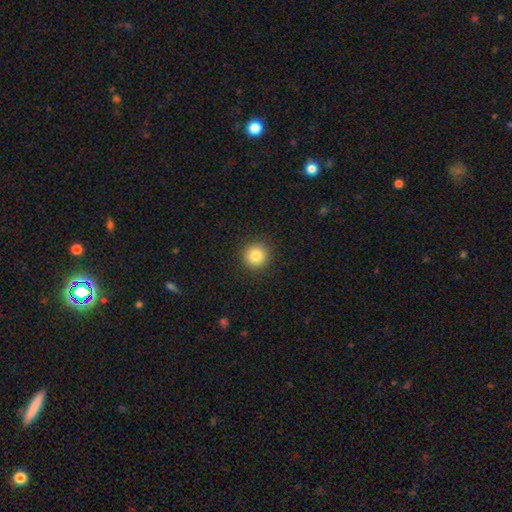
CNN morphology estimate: Smooth or featured? smooth (84%)
How rounded? round (94%)
Merging? none (92%)